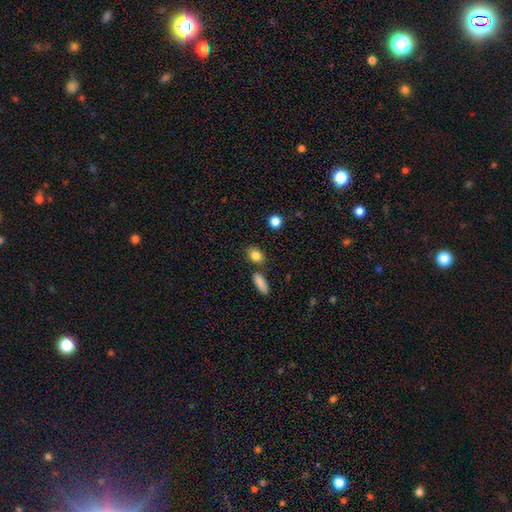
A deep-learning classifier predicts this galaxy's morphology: Smooth or featured: smooth — 84% (star or artifact — 9%)
How rounded: in between — 64% (round — 33%)
Merging: none — 77% (minor disturbance — 12%)